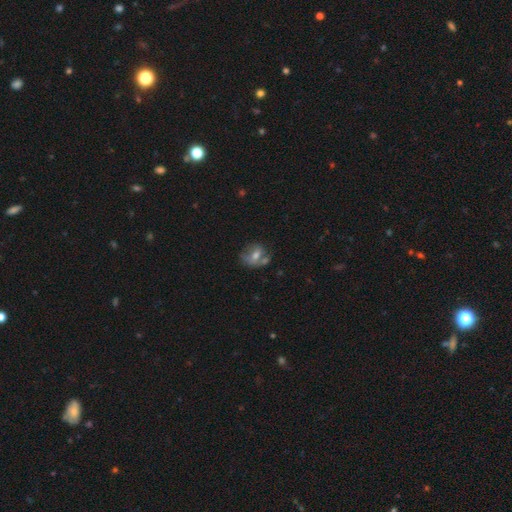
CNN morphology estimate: Overall: smooth (50%; featured or disk 38%). Merging: none (44%; merger 23%).